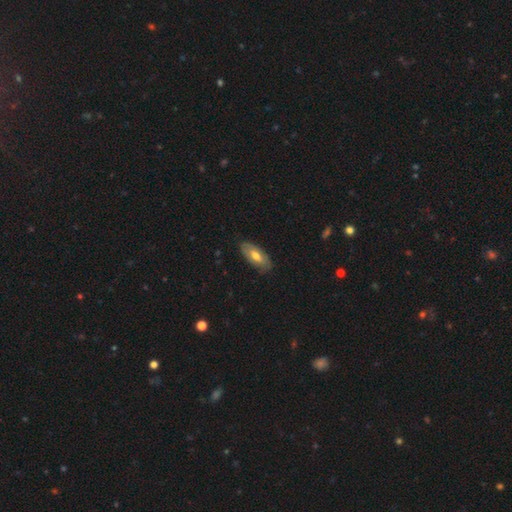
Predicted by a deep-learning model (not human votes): Smooth or featured: smooth — 53% (featured or disk — 41%)
How rounded: in between — 87% (cigar-shaped — 10%)
Merging: none — 81% (minor disturbance — 15%)